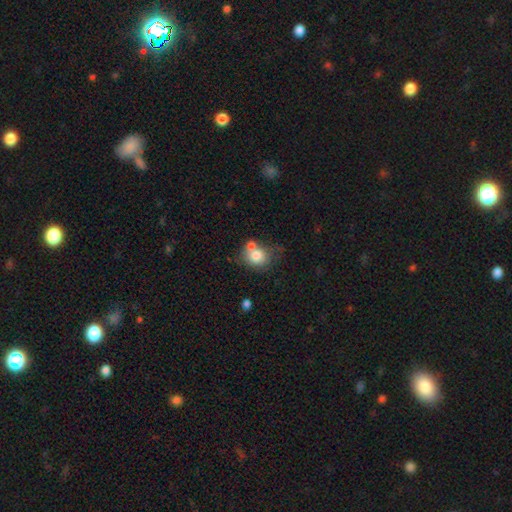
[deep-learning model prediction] The model was most divided on "merging": none: 43%, merger: 36%, minor disturbance: 15%, major disturbance: 6%. More confident: smooth or featured — smooth (78%); how rounded — round (71%).